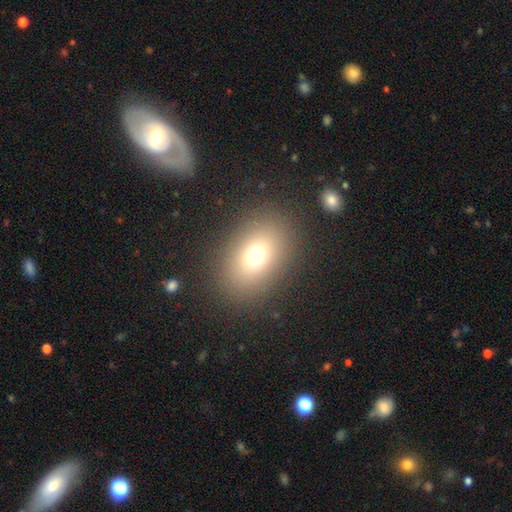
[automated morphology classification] A smooth galaxy with no disk features (70%) that is in between round and cigar-shaped (70%).

Vote fractions:
- Smooth or featured? smooth: 70% / star or artifact: 16% / featured or disk: 13%
- How rounded? in between: 70% / round: 29% / cigar-shaped: 1%
- Merging? none: 86% / minor disturbance: 8% / major disturbance: 5% / merger: 2%